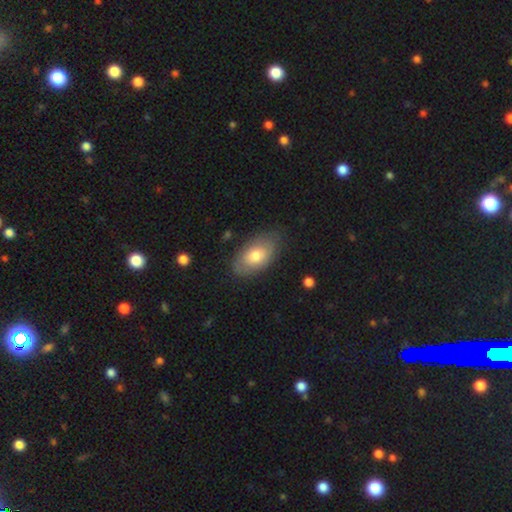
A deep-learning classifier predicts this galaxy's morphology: Smooth or featured?
  - smooth: 69% *
  - featured or disk: 25%
  - star or artifact: 6%
How rounded?
  - in between: 93% *
  - round: 5%
  - cigar-shaped: 2%
Merging?
  - none: 77% *
  - minor disturbance: 18%
  - major disturbance: 4%
  - merger: 1%